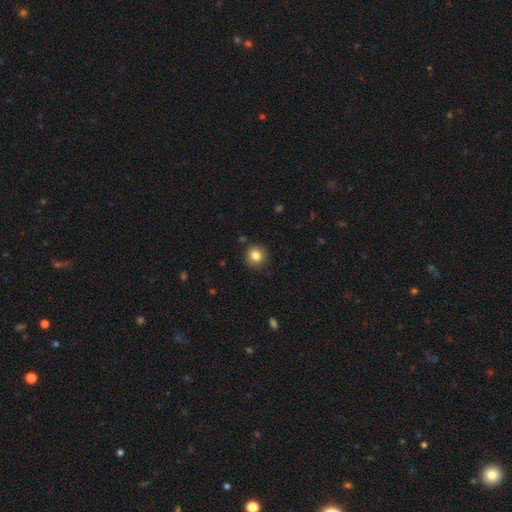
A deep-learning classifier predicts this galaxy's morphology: Smooth or featured: smooth — 83% (star or artifact — 10%)
How rounded: round — 93% (in between — 6%)
Merging: none — 90% (minor disturbance — 7%)